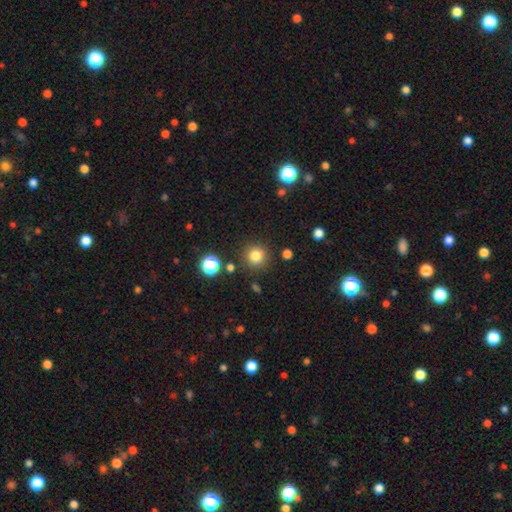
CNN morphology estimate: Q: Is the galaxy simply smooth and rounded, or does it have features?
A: smooth — 81%.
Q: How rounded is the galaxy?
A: round — 93%.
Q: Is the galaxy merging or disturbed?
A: none — 87%.